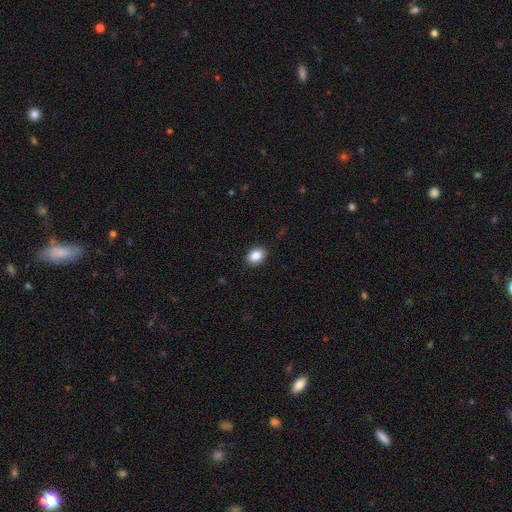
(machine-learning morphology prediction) smooth-or-featured: smooth: 88% | star or artifact: 8% | featured or disk: 4%
  how-rounded: in between: 69% | round: 30% | cigar-shaped: 1%
  merging: none: 89% | minor disturbance: 8% | major disturbance: 2% | merger: 1%